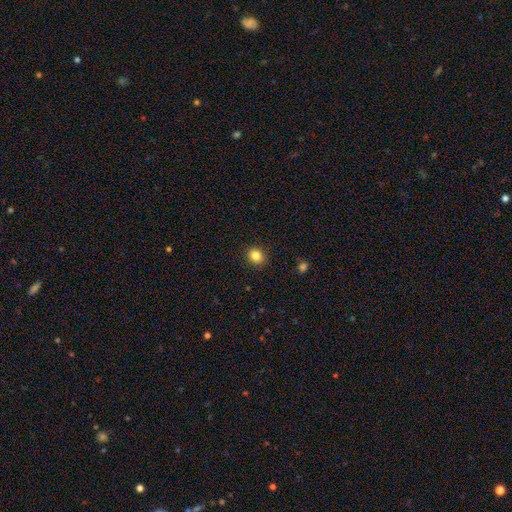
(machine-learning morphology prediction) smooth-or-featured: smooth: 84% | star or artifact: 11% | featured or disk: 5%
  how-rounded: round: 67% | in between: 32% | cigar-shaped: 1%
  merging: none: 89% | minor disturbance: 8% | major disturbance: 2% | merger: 1%